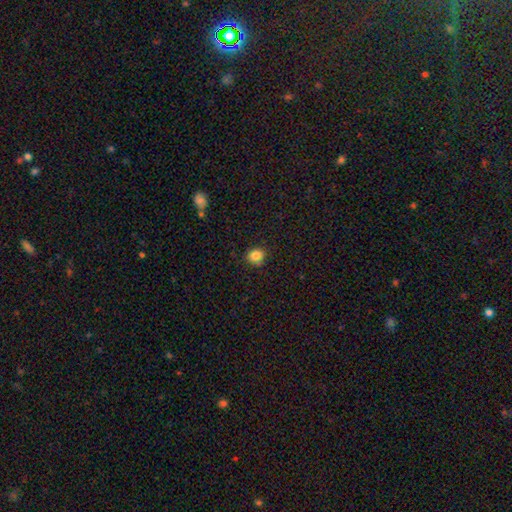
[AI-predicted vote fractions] Smooth or featured? smooth (84%)
How rounded? round (71%)
Merging? none (84%)